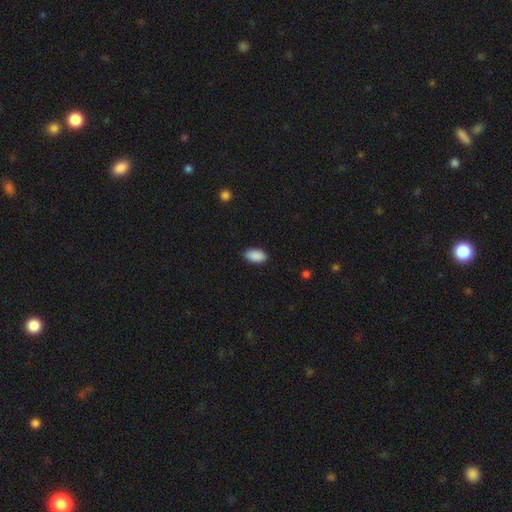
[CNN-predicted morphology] This is clearly a smooth galaxy (90%). How rounded: clearly in between (94%). Merging: clearly none (87%).